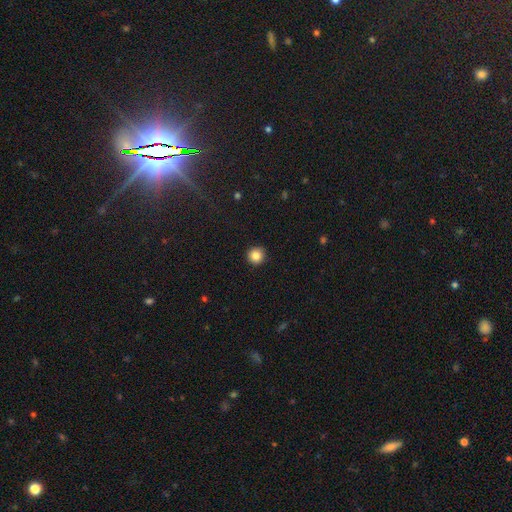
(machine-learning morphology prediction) A smooth galaxy with no disk features (85%) that is round (95%).

Vote fractions:
- Smooth or featured? smooth: 85% / star or artifact: 10% / featured or disk: 4%
- How rounded? round: 95% / in between: 4% / cigar-shaped: 1%
- Merging? none: 92% / minor disturbance: 5% / major disturbance: 2% / merger: 1%